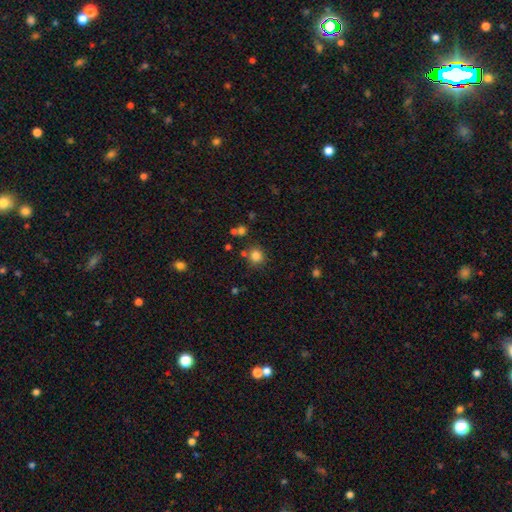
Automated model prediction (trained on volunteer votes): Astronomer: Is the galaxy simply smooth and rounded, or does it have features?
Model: smooth — 82%.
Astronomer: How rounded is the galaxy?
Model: round — 89%.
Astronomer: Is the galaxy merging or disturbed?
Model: none — 79%.